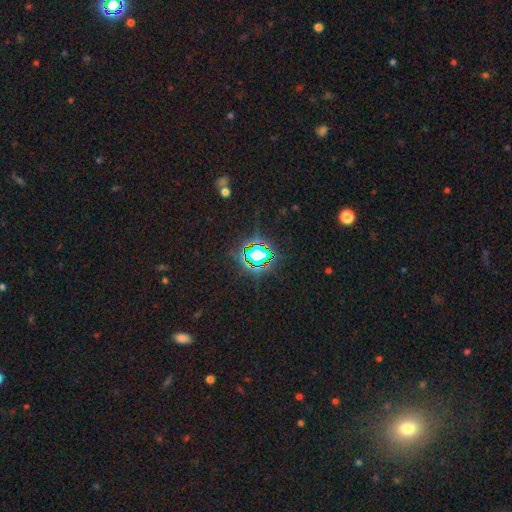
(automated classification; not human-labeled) Morphology: type=star or artifact (77%).